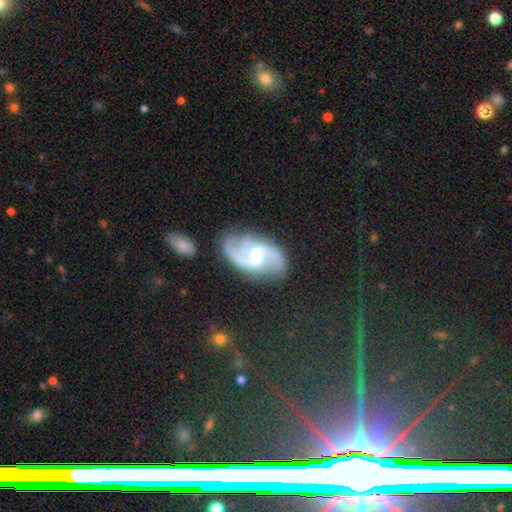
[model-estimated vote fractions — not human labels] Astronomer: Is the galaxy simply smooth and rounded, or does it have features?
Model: featured or disk — 90%.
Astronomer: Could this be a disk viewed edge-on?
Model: no — 98%.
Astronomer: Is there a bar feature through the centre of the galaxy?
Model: weak — 55%.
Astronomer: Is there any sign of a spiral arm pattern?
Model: yes — 98%.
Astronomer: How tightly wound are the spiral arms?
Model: loose — 49% (runner-up: medium, 41%).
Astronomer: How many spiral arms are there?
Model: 2 — 82%.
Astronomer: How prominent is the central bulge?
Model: small — 49% (runner-up: moderate, 43%).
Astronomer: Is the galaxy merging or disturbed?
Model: none — 69%.